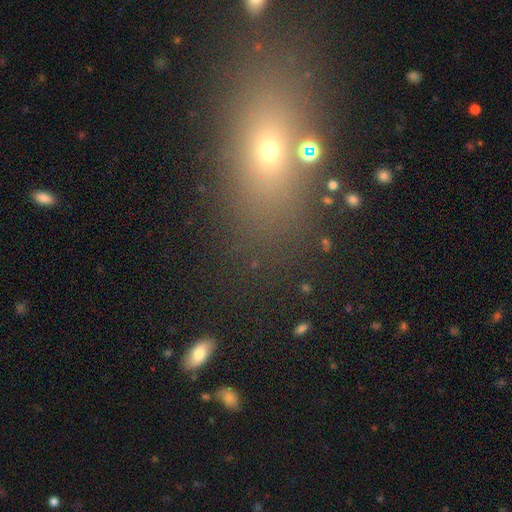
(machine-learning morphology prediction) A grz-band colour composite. It shows a smooth galaxy with no disk features (53%) that is in between round and cigar-shaped (64%). Merging: none (78%).